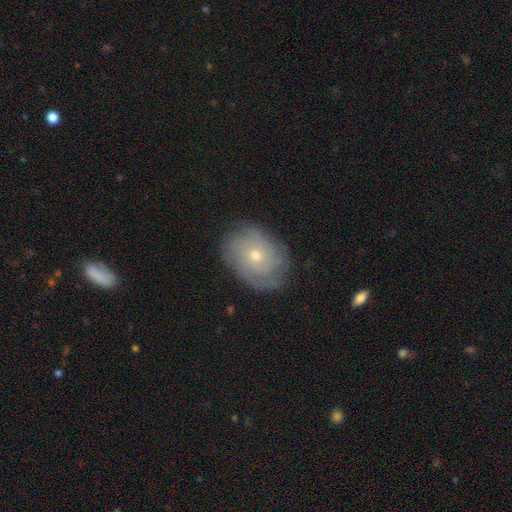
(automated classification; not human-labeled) The model was most divided on "bulge size": small: 54%, moderate: 43%, large: 2%, none: 1%, dominant: 1%. More confident: edge-on disk — no (95%); bar — no (86%); spiral arms — yes (76%); merging — none (74%); smooth or featured — featured or disk (57%).